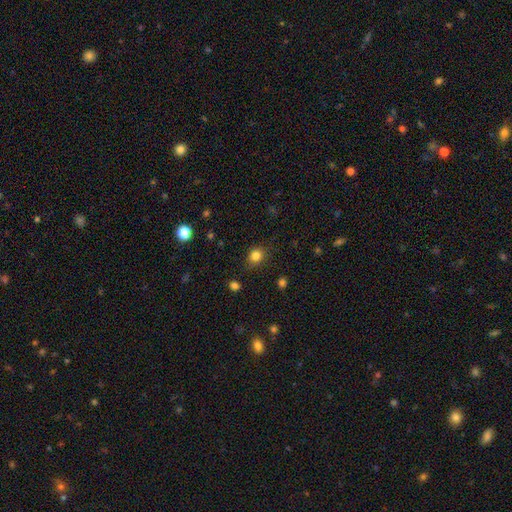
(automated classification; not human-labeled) Smooth or featured? smooth (83%)
How rounded? round (73%)
Merging? none (84%)